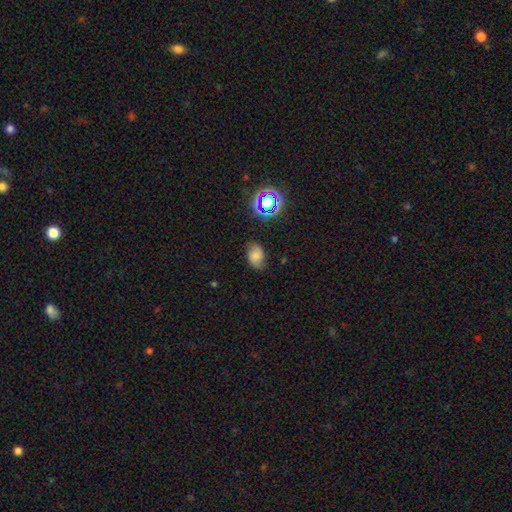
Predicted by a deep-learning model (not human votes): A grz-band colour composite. It shows a smooth galaxy with no disk features (57%) that is in between round and cigar-shaped (70%). Merging: none (64%).